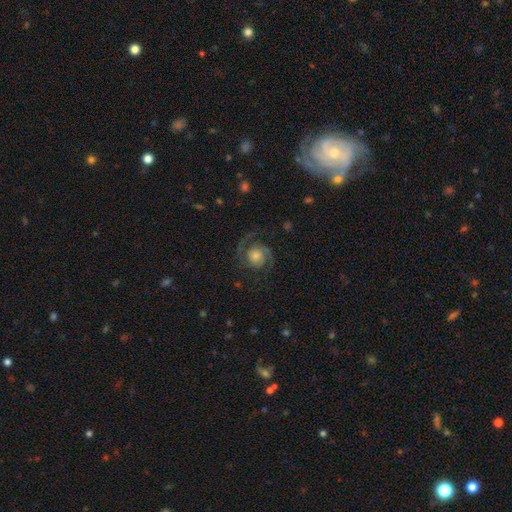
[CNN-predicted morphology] Smooth or featured: featured or disk — 85% (smooth — 9%)
Edge-on disk: no — 98% (yes — 2%)
Bar: no — 74% (weak — 22%)
Spiral arms: yes — 97% (no — 3%)
Spiral winding: medium — 49% (tight — 36%)
Spiral arm count: 2 — 90% (can't tell — 3%)
Bulge size: moderate — 44% (small — 27%)
Merging: none — 78% (minor disturbance — 12%)